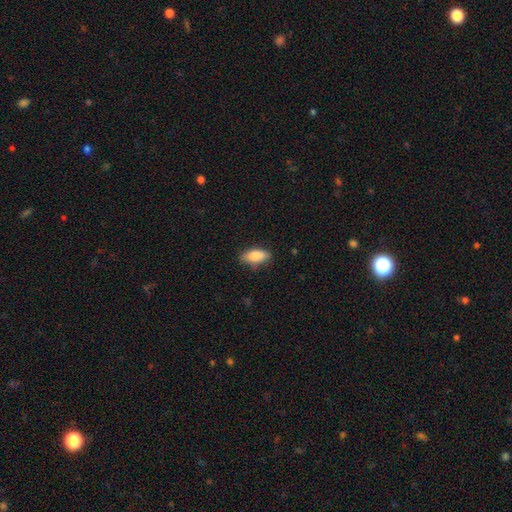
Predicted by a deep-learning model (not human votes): This is clearly a smooth galaxy (86%). How rounded: clearly in between (86%). Merging: clearly none (80%).